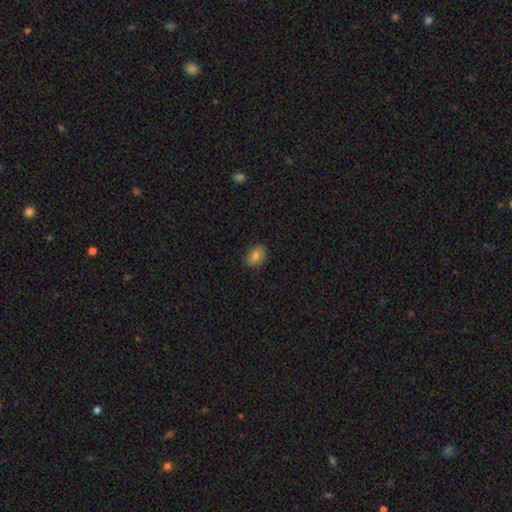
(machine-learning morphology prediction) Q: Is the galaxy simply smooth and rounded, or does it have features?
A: smooth — 82%.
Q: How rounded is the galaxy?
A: in between — 74%.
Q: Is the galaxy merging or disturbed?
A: none — 85%.